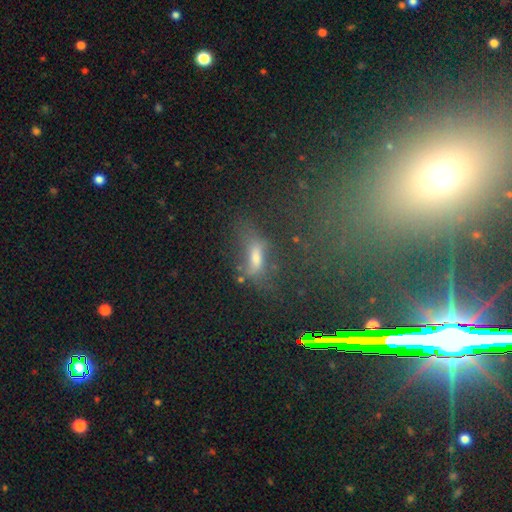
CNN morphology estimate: smooth 44%, featured or disk 30%, star or artifact 26%. Down the decision tree: merging — none (45%).